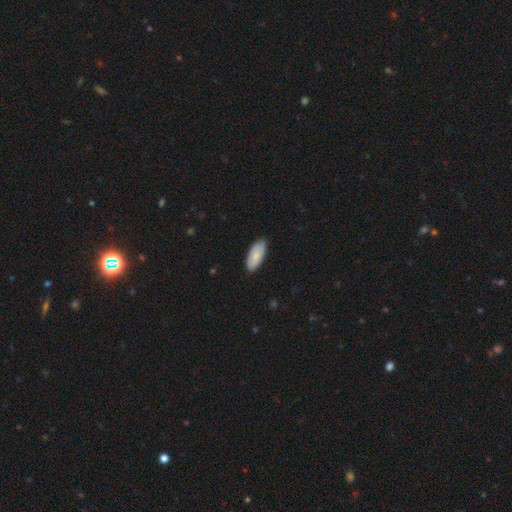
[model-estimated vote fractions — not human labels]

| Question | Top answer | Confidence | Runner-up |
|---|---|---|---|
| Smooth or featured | smooth | 80% | featured or disk (15%) |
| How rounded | in between | 90% | cigar-shaped (9%) |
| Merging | none | 84% | minor disturbance (14%) |